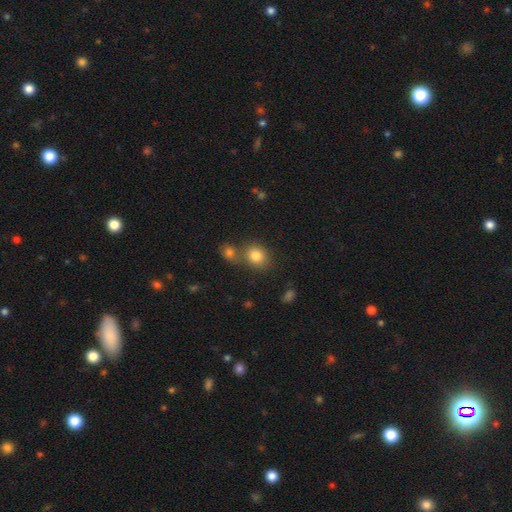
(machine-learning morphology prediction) This is clearly a smooth galaxy (81%). How rounded: likely round (61%). Merging: possibly none (54%).